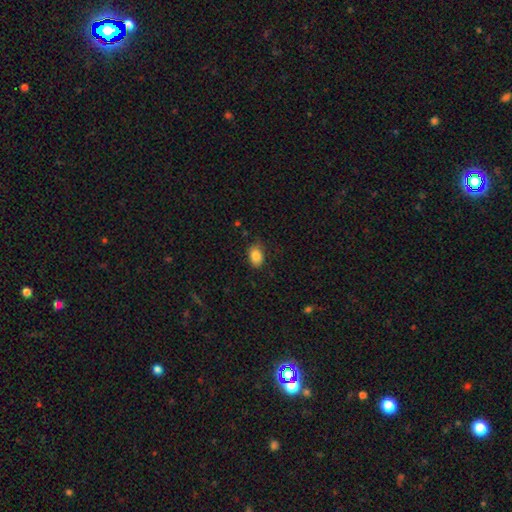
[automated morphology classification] Q: Smooth or featured?
A: smooth (86%); runner-up: star or artifact (9%)
Q: How rounded?
A: in between (79%); runner-up: round (20%)
Q: Merging?
A: none (78%); runner-up: minor disturbance (17%)